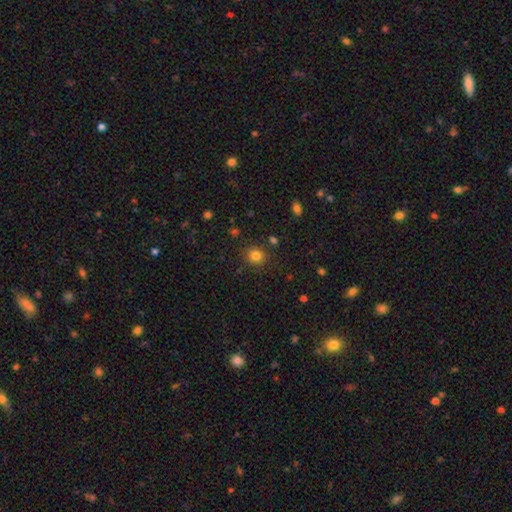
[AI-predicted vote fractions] smooth_or_featured: smooth (p=0.81) [alt: star or artifact p=0.14]
how_rounded: round (p=0.86) [alt: in between p=0.13]
merging: none (p=0.86) [alt: minor disturbance p=0.08]